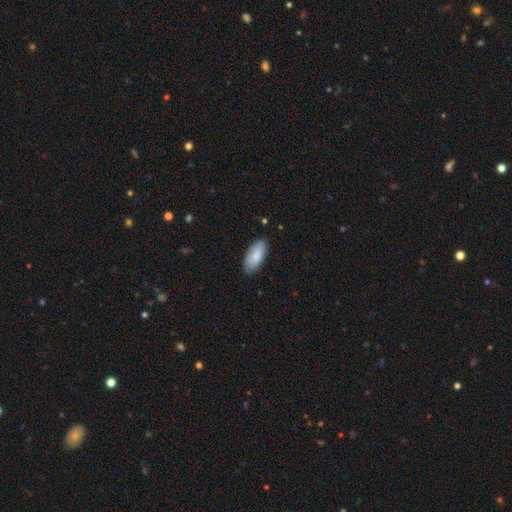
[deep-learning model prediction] A smooth galaxy with no disk features (87%) that is in between round and cigar-shaped (89%). Merging: none (84%).